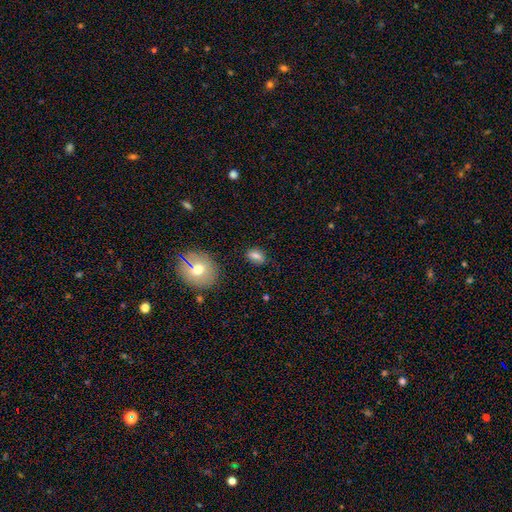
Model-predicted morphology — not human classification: Smooth or featured: smooth — 77% (star or artifact — 12%)
How rounded: in between — 79% (round — 17%)
Merging: none — 75% (minor disturbance — 17%)